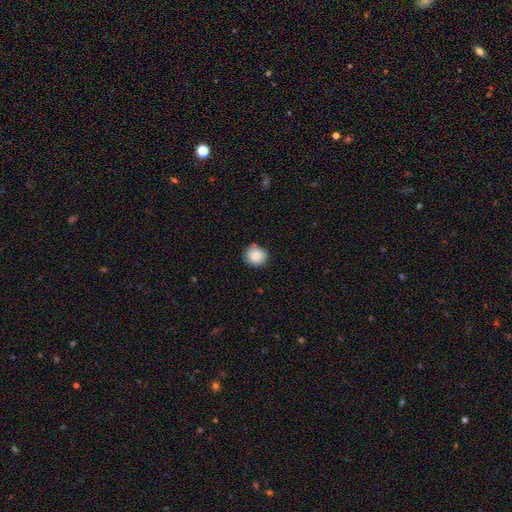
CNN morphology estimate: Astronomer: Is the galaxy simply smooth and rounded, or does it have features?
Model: smooth — 86%.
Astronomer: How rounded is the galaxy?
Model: round — 85%.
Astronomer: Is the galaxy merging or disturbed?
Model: none — 85%.